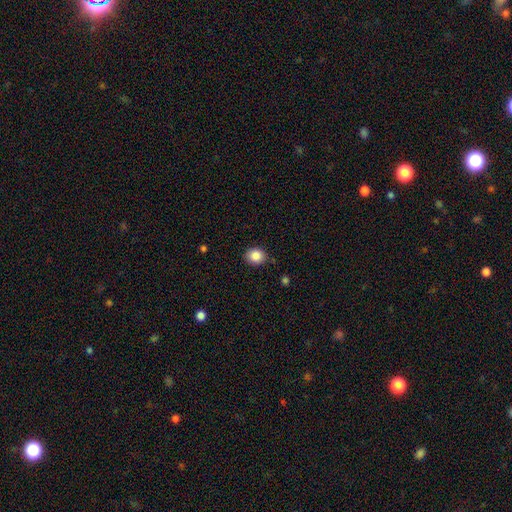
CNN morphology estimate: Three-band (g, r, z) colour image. It shows a smooth galaxy with no disk features (87%) that is round (70%). Merging: none (85%).